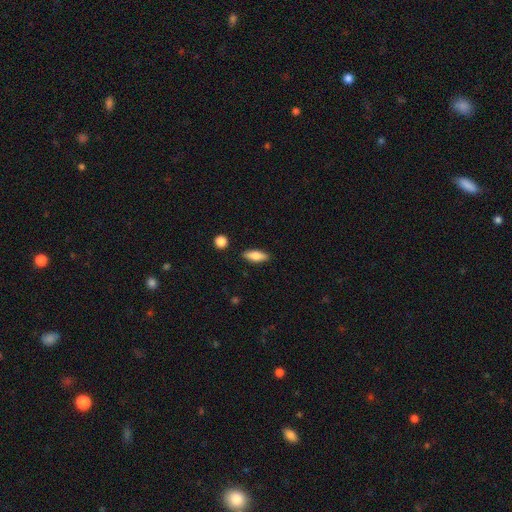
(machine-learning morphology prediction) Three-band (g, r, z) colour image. It shows a smooth galaxy with no disk features (77%) that is in between round and cigar-shaped (67%). Merging: none (87%).